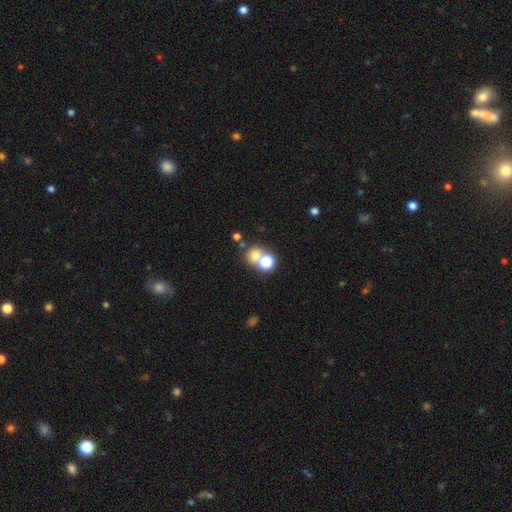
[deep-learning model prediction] smooth-or-featured: smooth: 68% | star or artifact: 18% | featured or disk: 14%
  how-rounded: round: 80% | in between: 19% | cigar-shaped: 1%
  merging: merger: 45% (tied) | none: 45% (tied) | minor disturbance: 7% | major disturbance: 4%